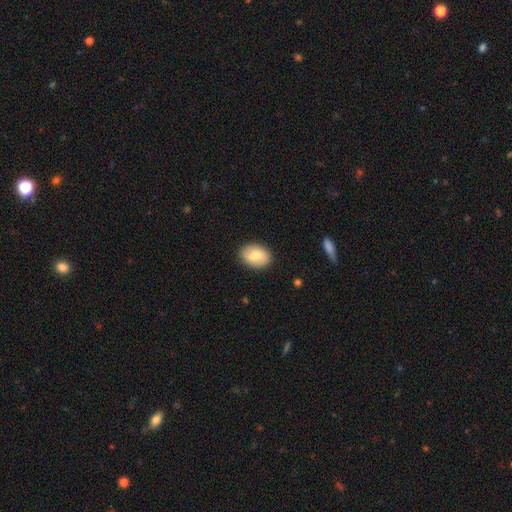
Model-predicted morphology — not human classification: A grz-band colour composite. It shows a smooth galaxy with no disk features (74%) that is in between round and cigar-shaped (77%). Merging: none (87%).